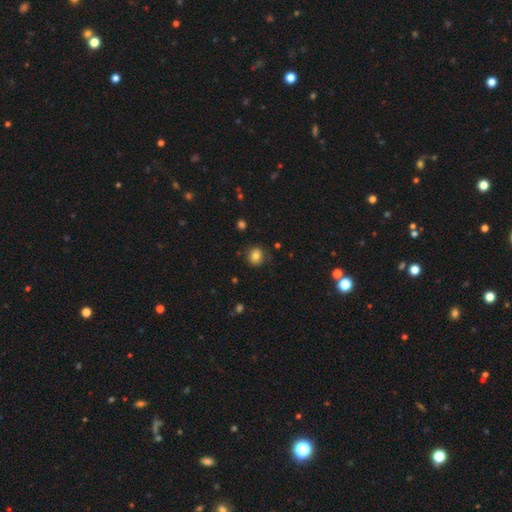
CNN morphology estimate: type=smooth (81%); roundness=round (70%); merging=none (80%).